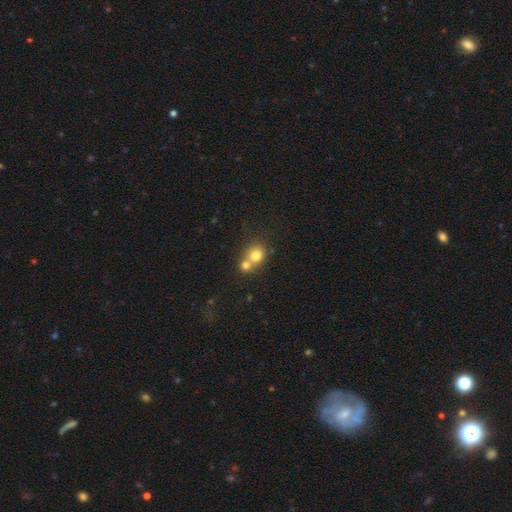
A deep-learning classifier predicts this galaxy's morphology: Smooth or featured? smooth (75%)
How rounded? round (80%)
Merging? merger (58%)